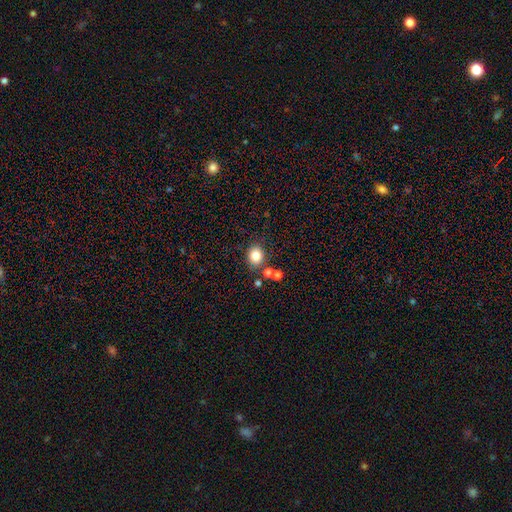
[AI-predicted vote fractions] Smooth or featured? smooth (82%)
How rounded? round (60%)
Merging? none (75%)